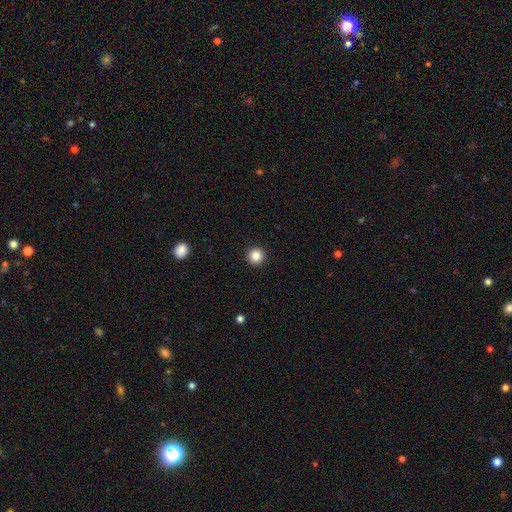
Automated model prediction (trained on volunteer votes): Q: Smooth or featured?
A: smooth (85%); runner-up: star or artifact (11%)
Q: How rounded?
A: round (96%); runner-up: in between (3%)
Q: Merging?
A: none (94%); runner-up: minor disturbance (4%)